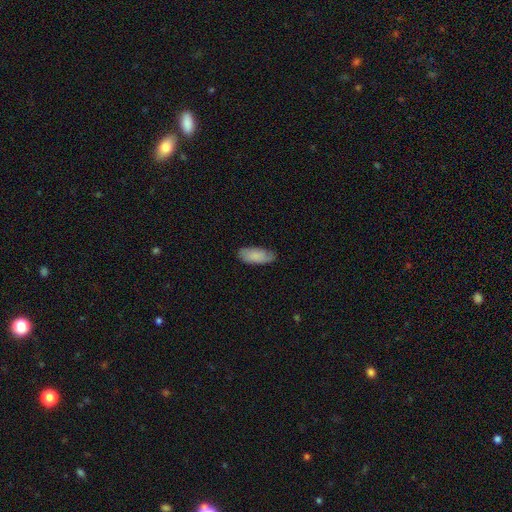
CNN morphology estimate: A smooth galaxy with no disk features (81%) that is in between round and cigar-shaped (85%). Merging: none (78%).